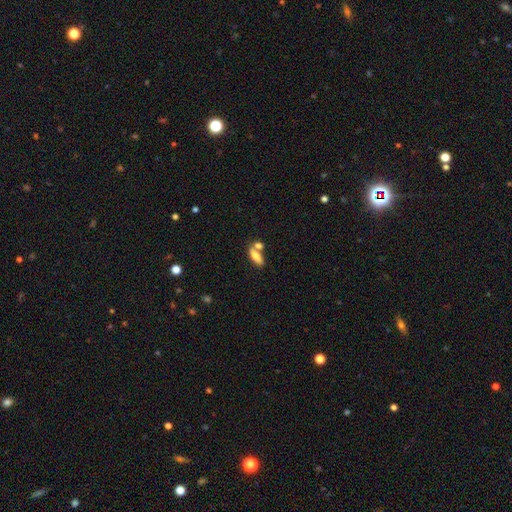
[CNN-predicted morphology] Smooth or featured? Predicted: smooth (p=0.75). How rounded? Predicted: in between (p=0.65). Merging? Predicted: none (p=0.46).